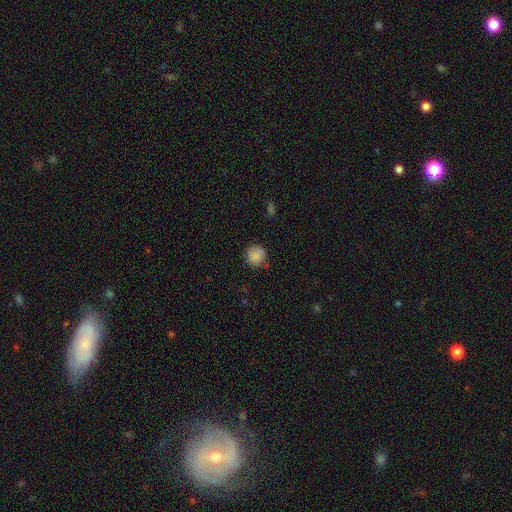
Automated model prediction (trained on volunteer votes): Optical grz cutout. It shows a smooth galaxy with no disk features (86%) that is round (90%). Merging: none (80%).